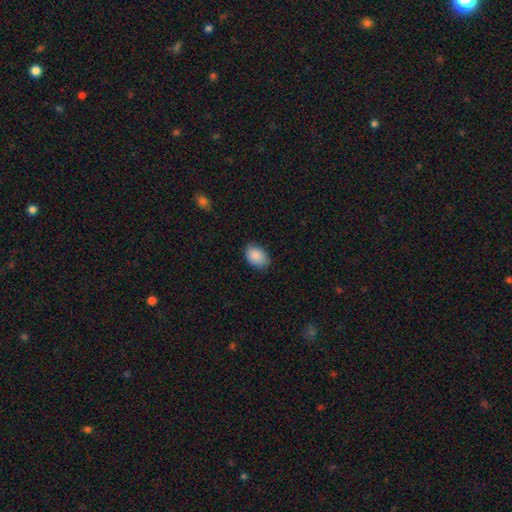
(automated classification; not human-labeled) smooth 89%, star or artifact 7%, featured or disk 4%. Down the decision tree: how rounded — in between (81%); merging — none (78%).